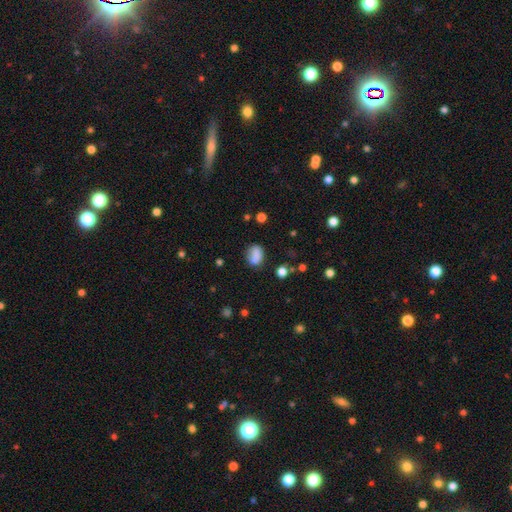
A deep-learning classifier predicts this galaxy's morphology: Q: Smooth or featured?
A: smooth (80%); runner-up: star or artifact (11%)
Q: How rounded?
A: in between (67%); runner-up: round (30%)
Q: Merging?
A: none (62%); runner-up: minor disturbance (20%)